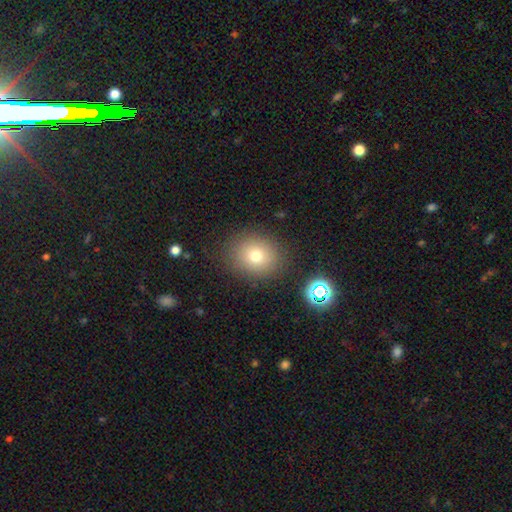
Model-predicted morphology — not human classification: Smooth or featured?
  - smooth: 73% *
  - star or artifact: 15%
  - featured or disk: 12%
How rounded?
  - round: 71% *
  - in between: 28%
  - cigar-shaped: 1%
Merging?
  - none: 84% *
  - minor disturbance: 10%
  - major disturbance: 4%
  - merger: 3%